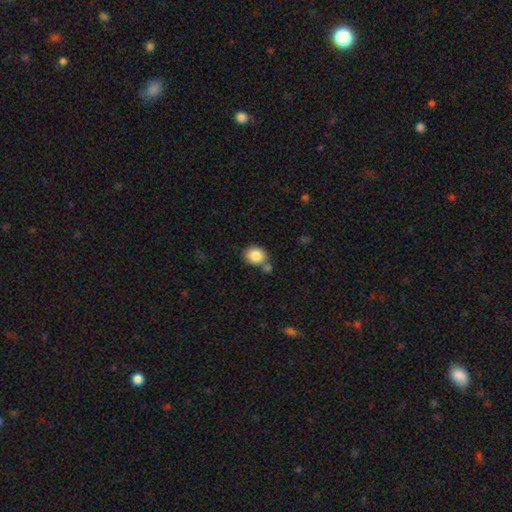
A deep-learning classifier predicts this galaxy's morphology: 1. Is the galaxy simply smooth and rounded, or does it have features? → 85% smooth, 8% star or artifact, 7% featured or disk.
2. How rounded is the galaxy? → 65% round, 34% in between, 1% cigar-shaped.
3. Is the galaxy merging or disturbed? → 65% none, 19% merger, 12% minor disturbance, 4% major disturbance.